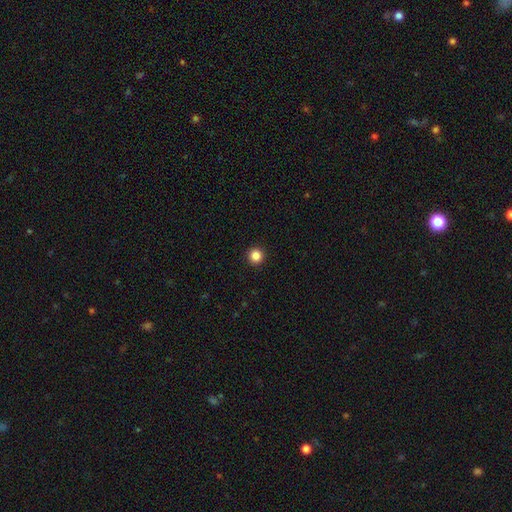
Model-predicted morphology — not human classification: This is clearly a smooth galaxy (85%). How rounded: clearly round (96%). Merging: clearly none (94%).